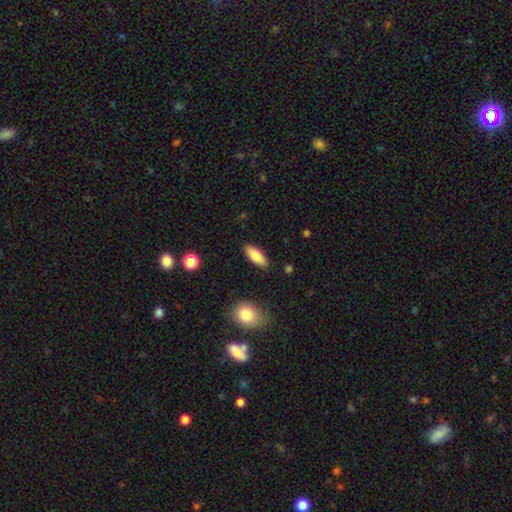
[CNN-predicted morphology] Smooth or featured? Predicted: smooth (p=0.79). How rounded? Predicted: in between (p=0.76). Merging? Predicted: none (p=0.88).